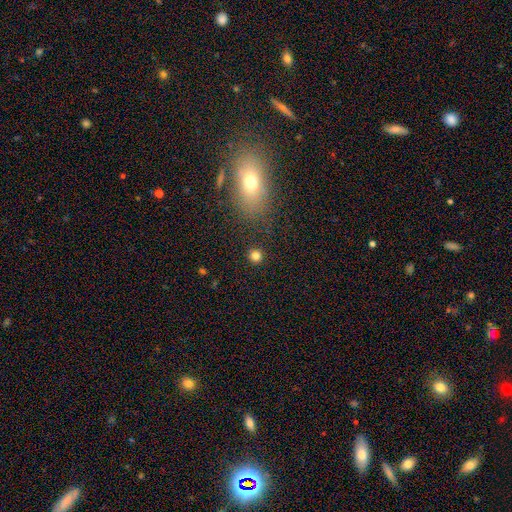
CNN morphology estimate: smooth-or-featured: smooth: 80% | star or artifact: 15% | featured or disk: 5%
  how-rounded: round: 93% | in between: 6% | cigar-shaped: 1%
  merging: none: 89% | minor disturbance: 6% | major disturbance: 3% | merger: 2%